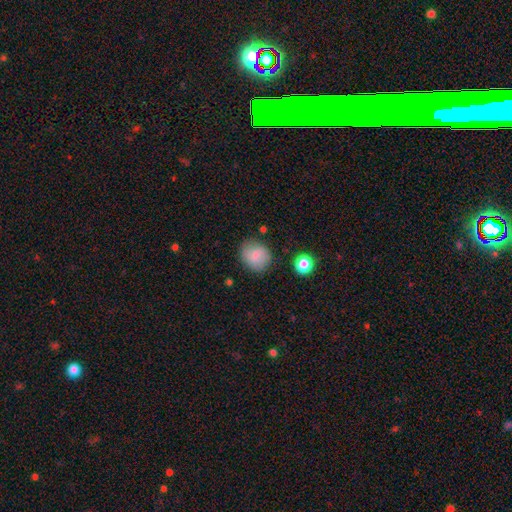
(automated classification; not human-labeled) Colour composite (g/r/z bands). It shows a smooth galaxy with no disk features (79%) that is round (76%). Merging: none (80%).